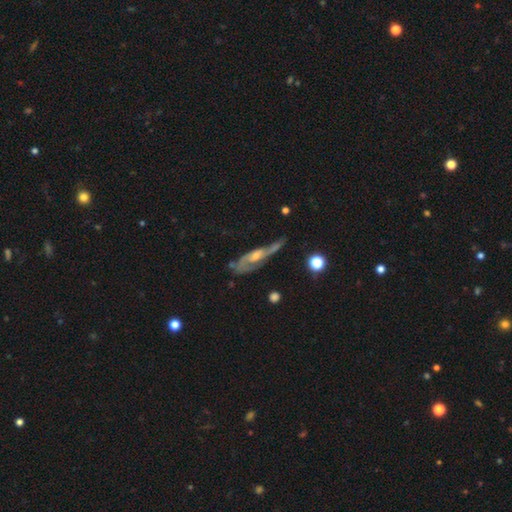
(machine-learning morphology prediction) This is likely a featured or disk galaxy (74%). It is likely not viewed edge-on (73%). Bar: possibly no (56%). Spiral arm pattern: clearly yes (81%). Central bulge: possibly moderate (48%). Merging: marginally none (39%).